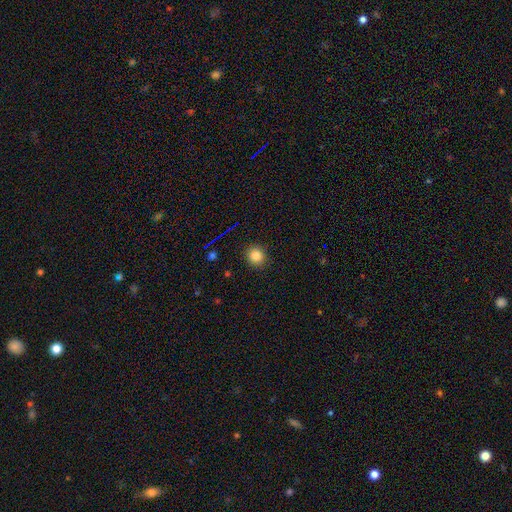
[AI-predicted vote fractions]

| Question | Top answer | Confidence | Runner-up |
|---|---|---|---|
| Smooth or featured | smooth | 84% | star or artifact (12%) |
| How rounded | round | 85% | in between (14%) |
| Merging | none | 90% | minor disturbance (7%) |